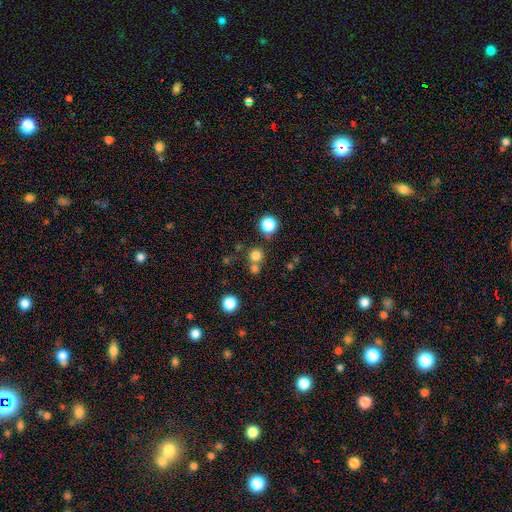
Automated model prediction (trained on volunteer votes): A smooth galaxy with no disk features (75%) that is round (91%). Merging: none (64%).